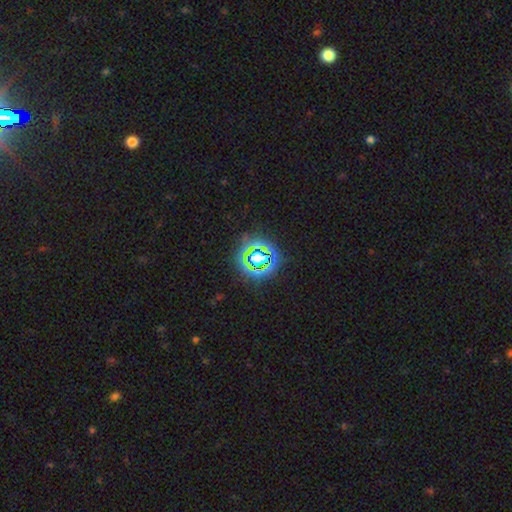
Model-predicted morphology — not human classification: type=star or artifact (64%).